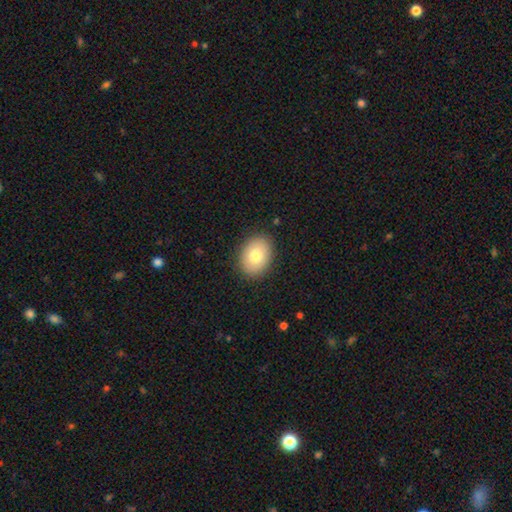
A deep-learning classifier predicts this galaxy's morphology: A smooth galaxy with no disk features (78%) that is in between round and cigar-shaped (68%).

Vote fractions:
- Smooth or featured? smooth: 78% / featured or disk: 15% / star or artifact: 8%
- How rounded? in between: 68% / round: 31% / cigar-shaped: 1%
- Merging? none: 88% / minor disturbance: 9% / major disturbance: 2% / merger: 1%